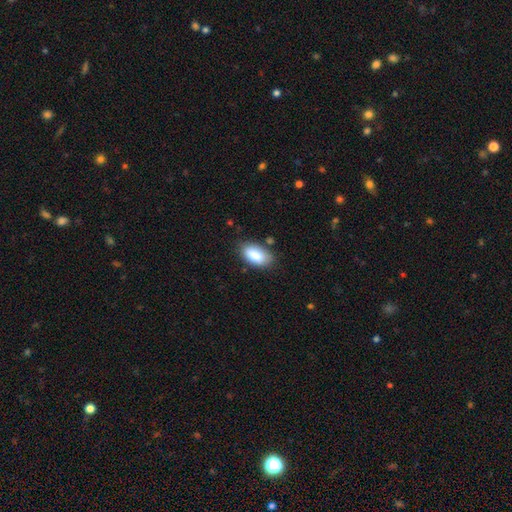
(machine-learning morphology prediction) smooth 87%, star or artifact 7%, featured or disk 7%. Down the decision tree: how rounded — in between (93%); merging — none (77%).